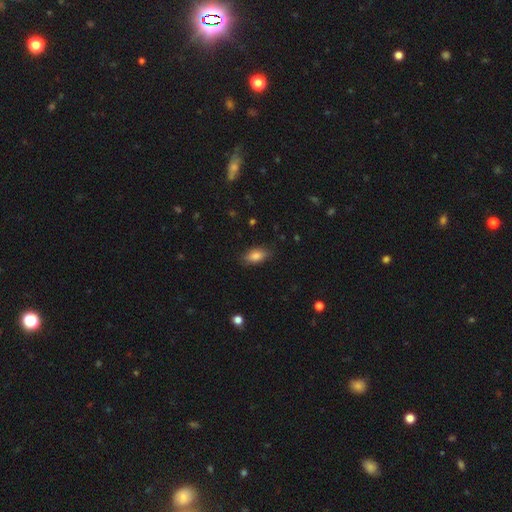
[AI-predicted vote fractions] This appears to be a smooth galaxy with no disk features (83%) that is in between round and cigar-shaped (87%). Merging: none (82%).